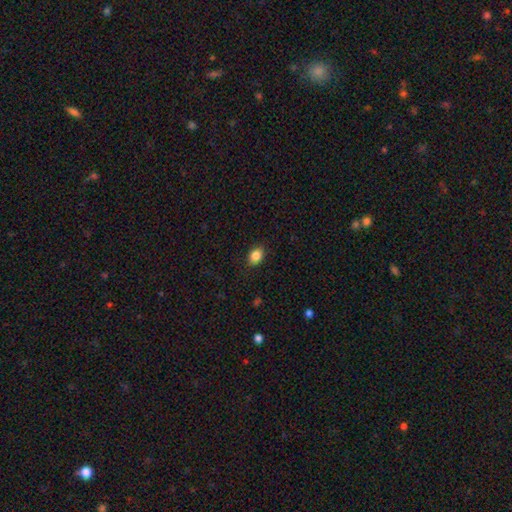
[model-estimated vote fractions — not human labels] The model was most divided on "how rounded": in between: 71%, round: 27%, cigar-shaped: 1%. More confident: merging — none (87%); smooth or featured — smooth (85%).